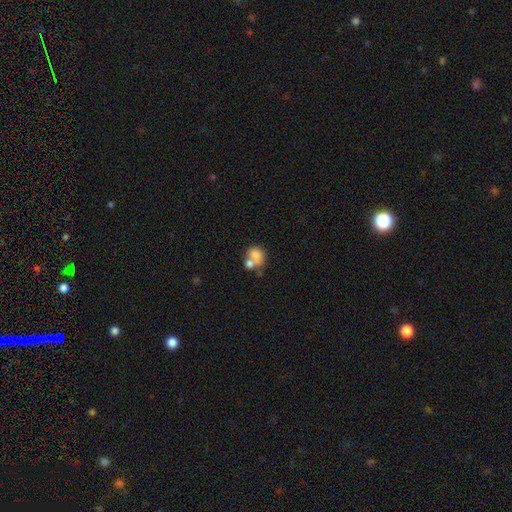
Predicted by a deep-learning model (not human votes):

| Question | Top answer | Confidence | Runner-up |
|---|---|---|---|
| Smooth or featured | smooth | 73% | featured or disk (18%) |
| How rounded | round | 64% | in between (35%) |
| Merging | merger | 51% | none (31%) |